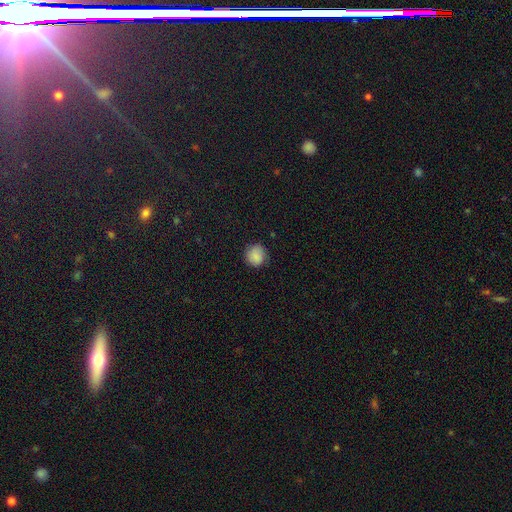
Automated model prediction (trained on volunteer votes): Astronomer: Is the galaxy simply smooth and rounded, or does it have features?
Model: smooth — 85%.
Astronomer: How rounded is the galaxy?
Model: round — 89%.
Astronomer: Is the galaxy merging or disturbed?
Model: none — 79%.